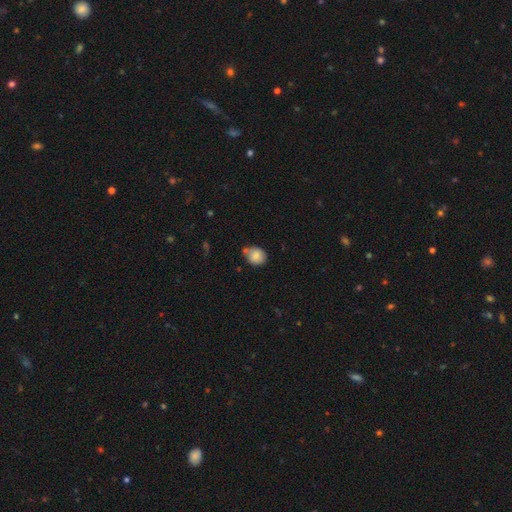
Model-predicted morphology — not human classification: Smooth or featured? smooth (80%)
How rounded? round (61%)
Merging? none (57%)